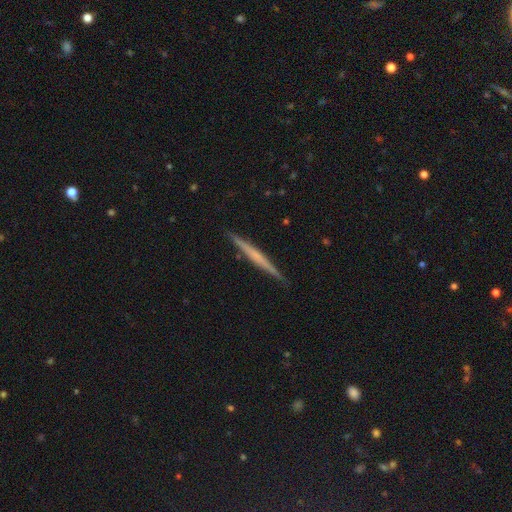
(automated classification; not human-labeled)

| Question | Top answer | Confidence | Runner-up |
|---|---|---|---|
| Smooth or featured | featured or disk | 64% | smooth (31%) |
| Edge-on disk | yes | 98% | no (2%) |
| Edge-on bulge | none | 61% | rounded (28%) |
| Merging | none | 91% | minor disturbance (7%) |